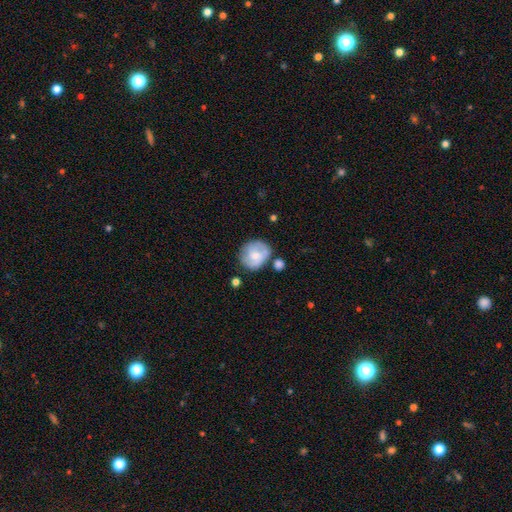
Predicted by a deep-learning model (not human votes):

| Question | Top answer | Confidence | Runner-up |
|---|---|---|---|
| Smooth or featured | smooth | 53% | featured or disk (40%) |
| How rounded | round | 77% | in between (22%) |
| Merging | none | 59% | minor disturbance (23%) |